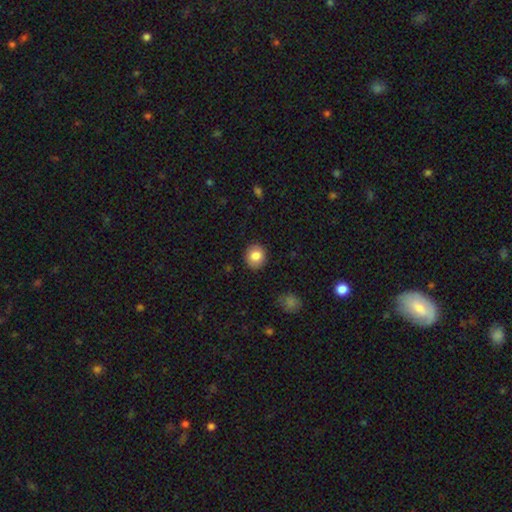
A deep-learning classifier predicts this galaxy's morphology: Smooth or featured? smooth (84%)
How rounded? round (82%)
Merging? none (90%)